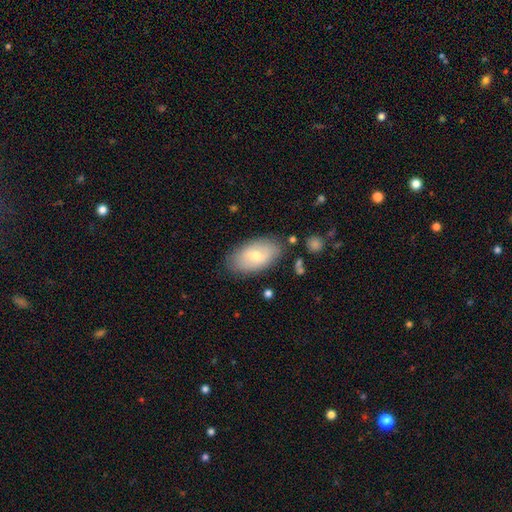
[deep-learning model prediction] Morphology: type=smooth (60%); roundness=in between (93%); merging=none (81%).